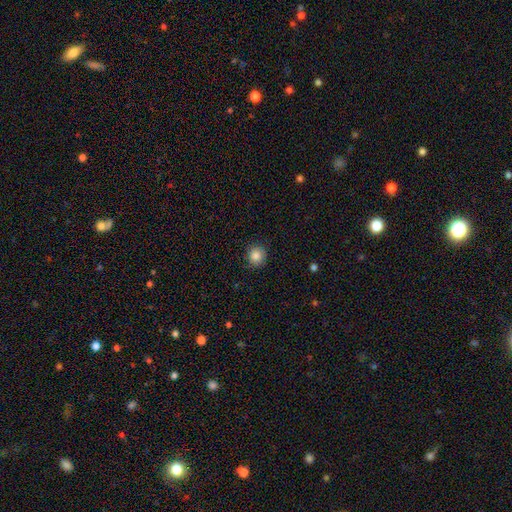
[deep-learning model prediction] Q: Smooth or featured?
A: smooth (86%); runner-up: star or artifact (10%)
Q: How rounded?
A: round (89%); runner-up: in between (10%)
Q: Merging?
A: none (87%); runner-up: minor disturbance (10%)